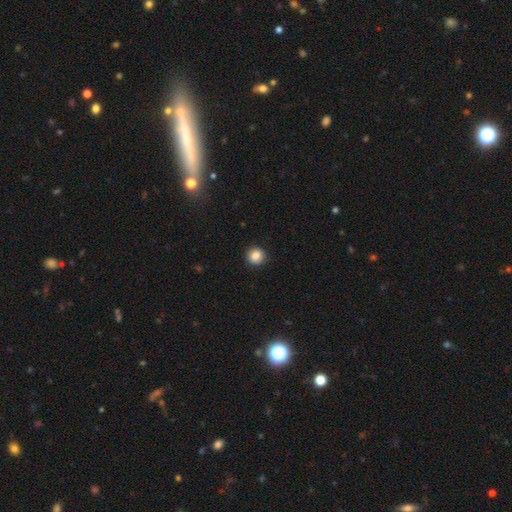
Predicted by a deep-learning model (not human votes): This is clearly a smooth galaxy (86%). How rounded: clearly round (92%). Merging: clearly none (90%).